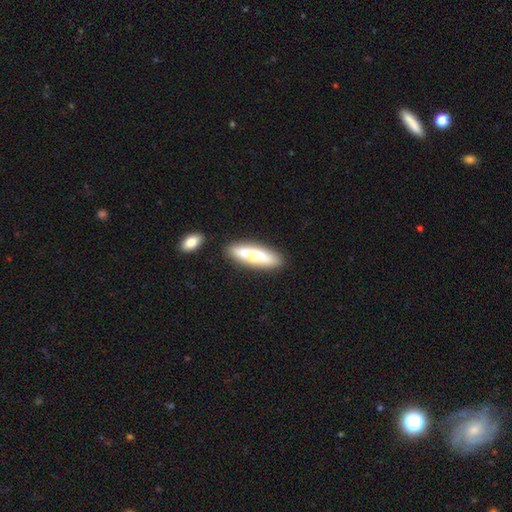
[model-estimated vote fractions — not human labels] smooth_or_featured: smooth (p=0.66) [alt: featured or disk p=0.27]
how_rounded: cigar-shaped (p=0.62) [alt: in between p=0.36]
merging: none (p=0.64) [alt: merger p=0.16]